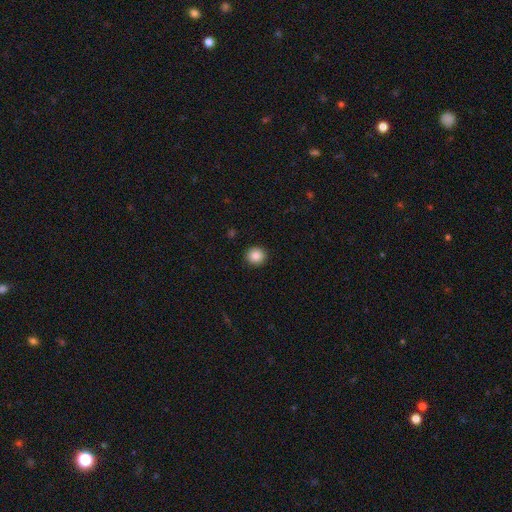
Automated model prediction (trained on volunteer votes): smooth_or_featured: smooth (p=0.87) [alt: star or artifact p=0.09]
how_rounded: round (p=0.90) [alt: in between p=0.09]
merging: none (p=0.92) [alt: minor disturbance p=0.05]